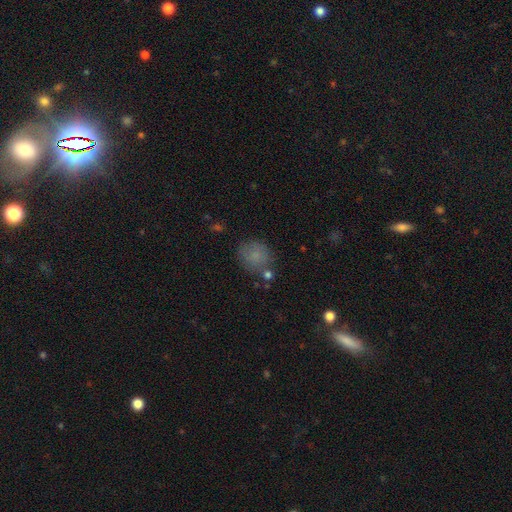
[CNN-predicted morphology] A smooth galaxy with no disk features (79%) that is round (76%).

Vote fractions:
- Smooth or featured? smooth: 79% / star or artifact: 11% / featured or disk: 9%
- How rounded? round: 76% / in between: 23% / cigar-shaped: 1%
- Merging? none: 69% / minor disturbance: 16% / merger: 8% / major disturbance: 6%